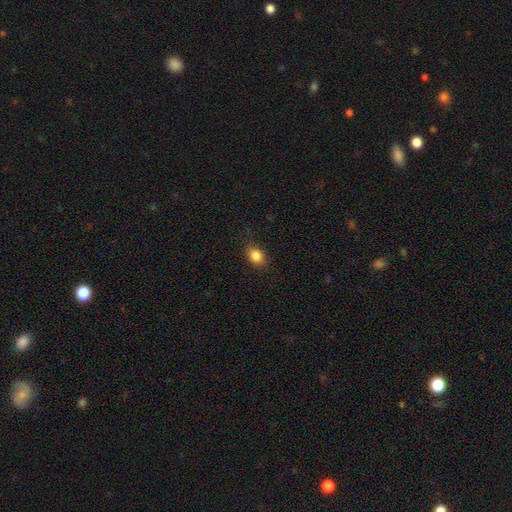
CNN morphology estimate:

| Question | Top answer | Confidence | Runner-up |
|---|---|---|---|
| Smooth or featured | smooth | 85% | star or artifact (9%) |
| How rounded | in between | 64% | round (34%) |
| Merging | none | 84% | minor disturbance (12%) |